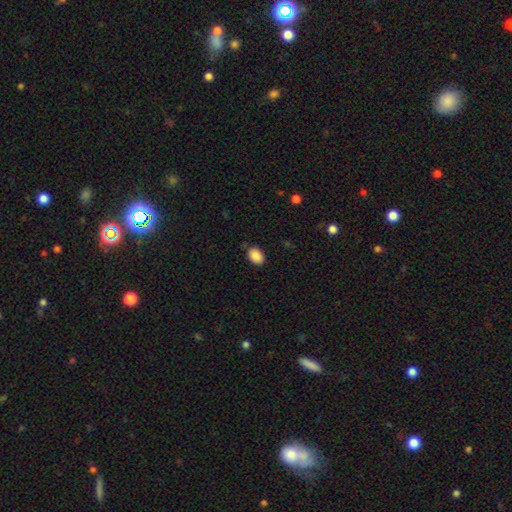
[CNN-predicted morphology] smooth-or-featured: smooth: 89% | star or artifact: 8% | featured or disk: 3%
  how-rounded: in between: 81% | round: 18% | cigar-shaped: 1%
  merging: none: 83% | minor disturbance: 13% | major disturbance: 3% | merger: 2%